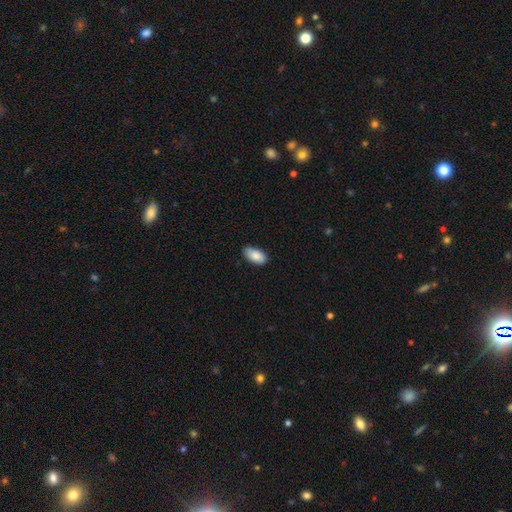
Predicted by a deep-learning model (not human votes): Overall: smooth (88%). How rounded: in between (94%). Merging: none (80%).